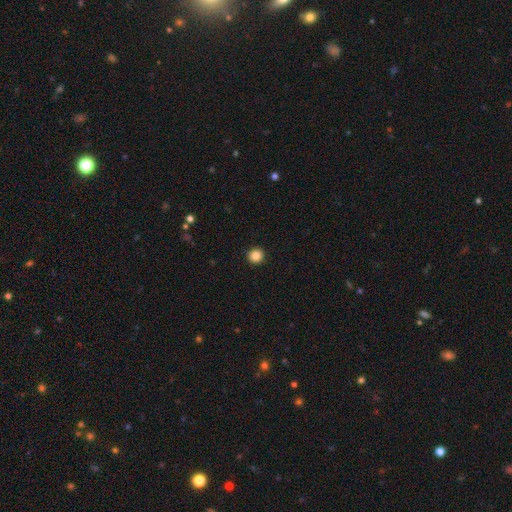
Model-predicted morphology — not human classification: Smooth or featured: smooth — 86% (star or artifact — 11%)
How rounded: round — 96% (in between — 3%)
Merging: none — 94% (minor disturbance — 4%)